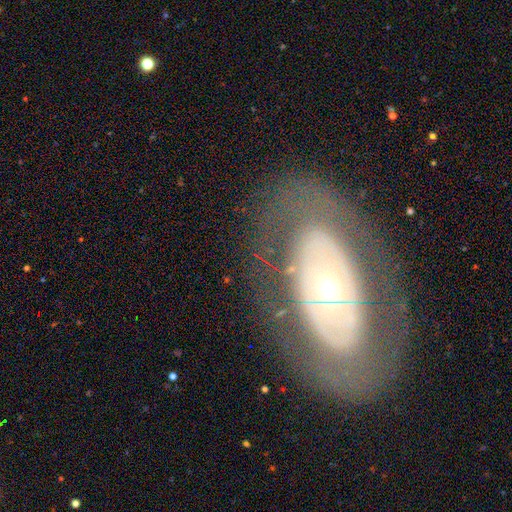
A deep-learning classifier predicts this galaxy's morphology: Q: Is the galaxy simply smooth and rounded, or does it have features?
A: featured or disk — 68%.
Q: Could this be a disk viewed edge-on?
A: no — 90%.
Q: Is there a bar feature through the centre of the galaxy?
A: no — 86%.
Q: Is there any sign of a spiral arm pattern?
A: no — 74%.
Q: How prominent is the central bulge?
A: moderate — 50%.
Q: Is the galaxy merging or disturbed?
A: none — 79%.